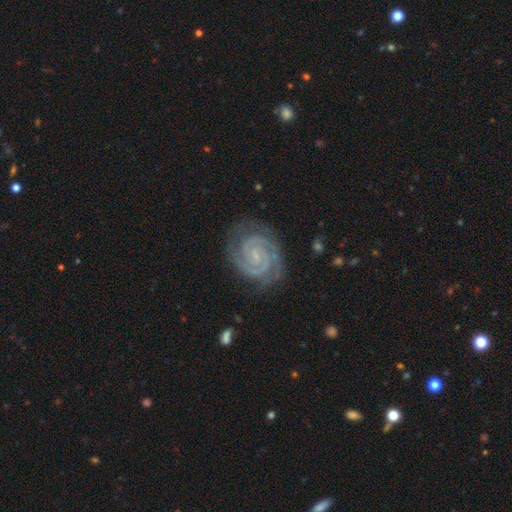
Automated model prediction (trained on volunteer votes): This appears to be a featured or disk galaxy (92%) with no bar (52%), 2 (84%) tight (76%) spiral arms (99%) and a small central bulge (73%). Merging: none (82%).